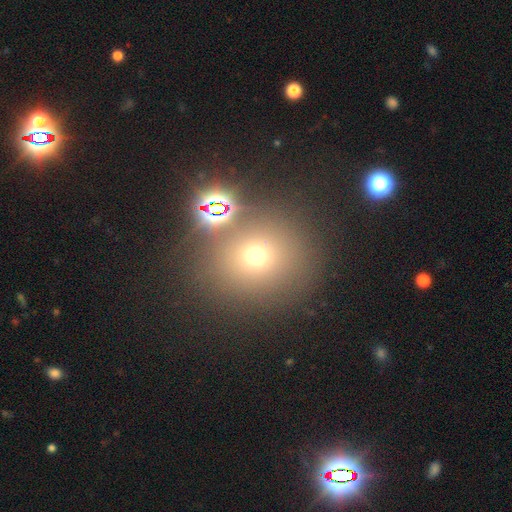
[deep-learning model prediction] A smooth galaxy with no disk features (63%) that is round (82%). Merging: none (75%).